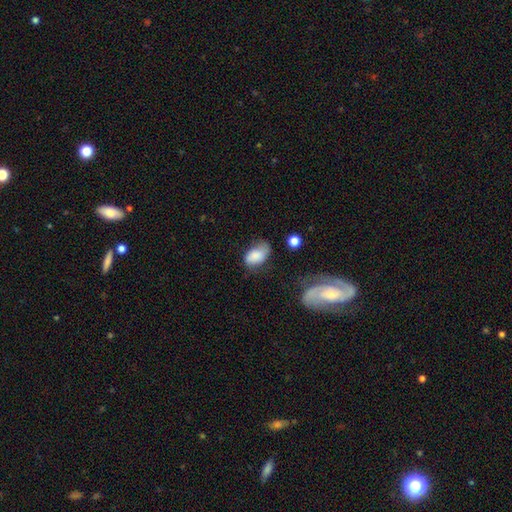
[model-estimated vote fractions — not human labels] Q: Smooth or featured?
A: smooth (78%); runner-up: featured or disk (14%)
Q: How rounded?
A: in between (89%); runner-up: round (9%)
Q: Merging?
A: none (46%); runner-up: minor disturbance (35%)